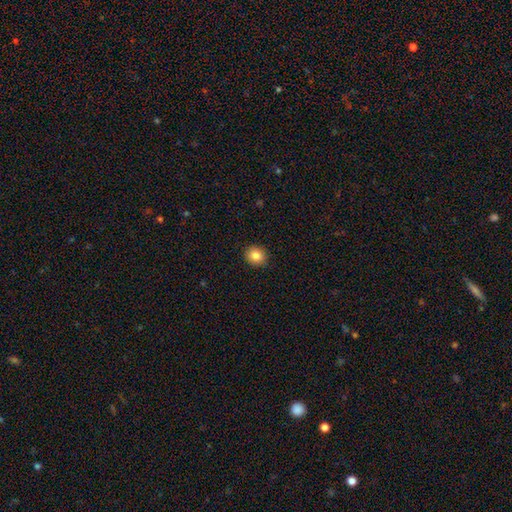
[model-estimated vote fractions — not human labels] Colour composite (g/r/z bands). It shows a smooth galaxy with no disk features (84%) that is round (81%). Merging: none (91%).